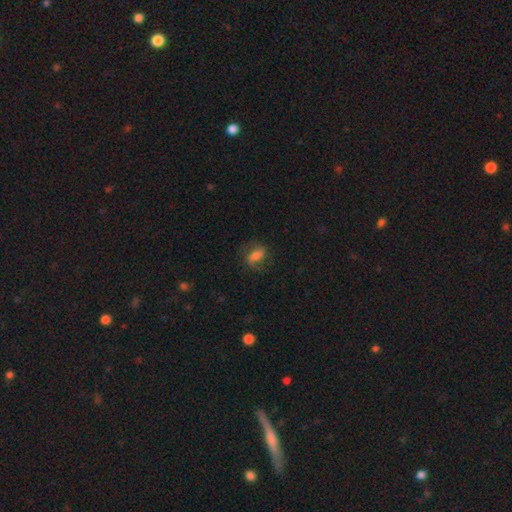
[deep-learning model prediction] Overall: smooth (57%; featured or disk 32%). How rounded: in between (78%). Merging: none (67%).